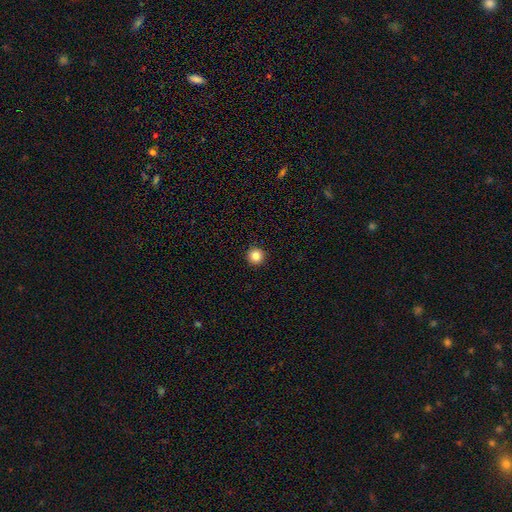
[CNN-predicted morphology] smooth_or_featured: smooth (p=0.85) [alt: star or artifact p=0.10]
how_rounded: round (p=0.97) [alt: in between p=0.03]
merging: none (p=0.94) [alt: minor disturbance p=0.04]